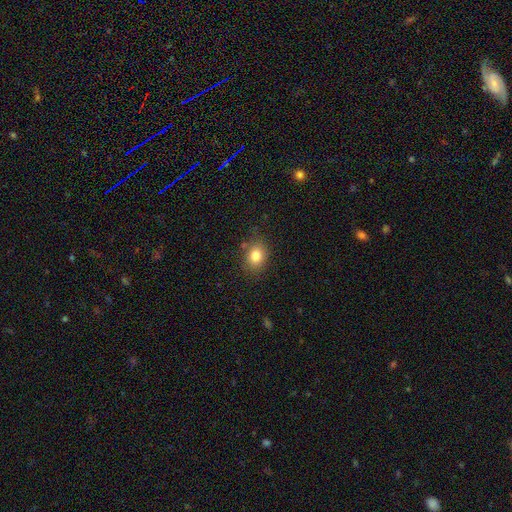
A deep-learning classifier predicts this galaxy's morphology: Smooth or featured? Predicted: smooth (p=0.82). How rounded? Predicted: in between (p=0.56). Merging? Predicted: none (p=0.79).